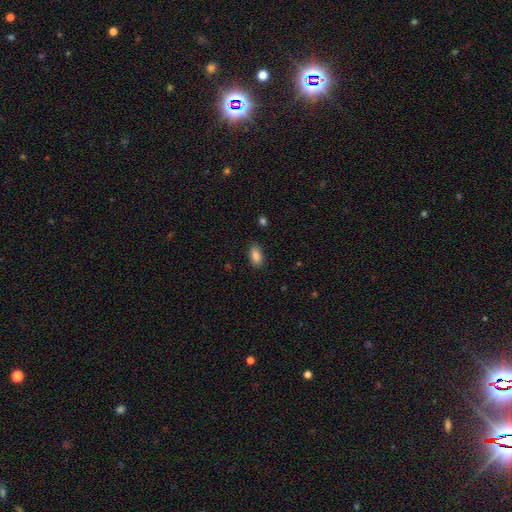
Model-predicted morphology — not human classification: The model was most divided on "merging": none: 86%, minor disturbance: 11%, major disturbance: 3%, merger: 1%. More confident: how rounded — in between (91%); smooth or featured — smooth (86%).